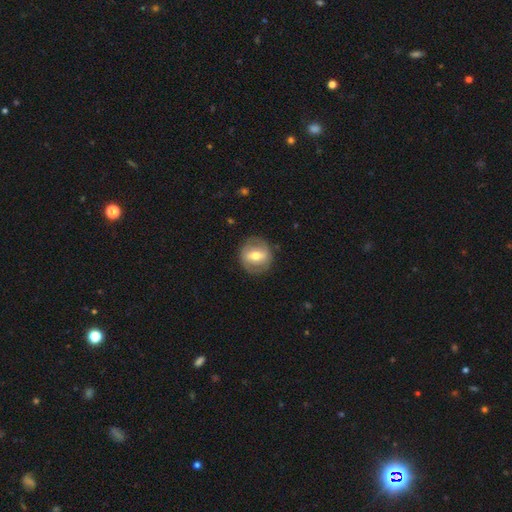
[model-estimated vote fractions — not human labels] Smooth or featured? featured or disk (52%)
Edge-on disk? no (92%)
Merging? none (83%)